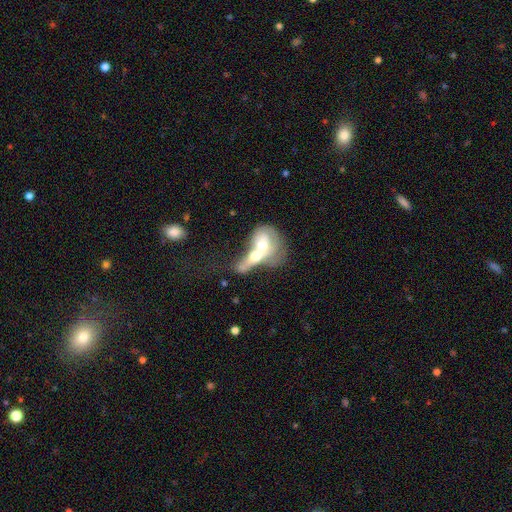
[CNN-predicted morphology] Overall: featured or disk (47%, tied with smooth). Merging: merger (80%).